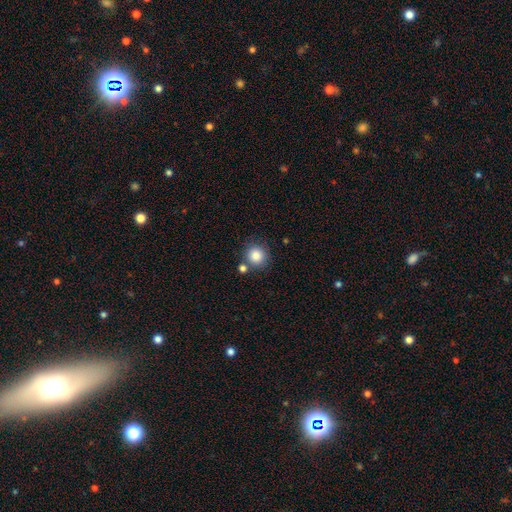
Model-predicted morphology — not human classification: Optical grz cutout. It shows a smooth galaxy with no disk features (85%) that is round (91%). Merging: none (76%).